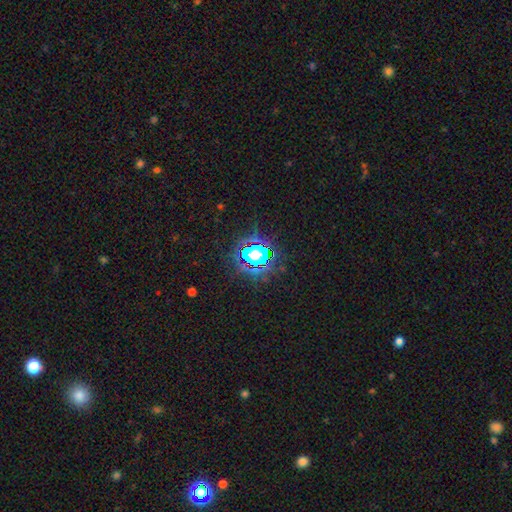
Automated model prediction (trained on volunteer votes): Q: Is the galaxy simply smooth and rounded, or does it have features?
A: star or artifact — 68%.